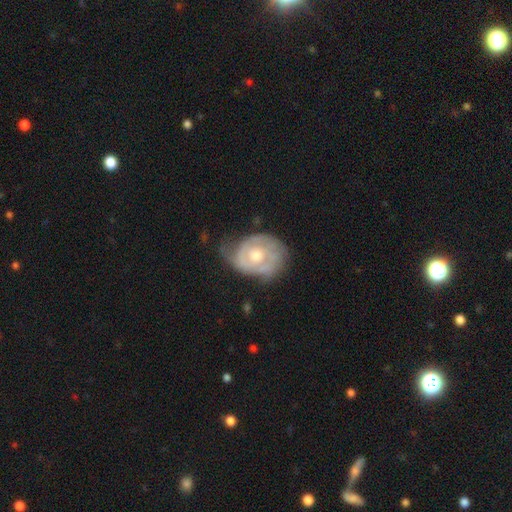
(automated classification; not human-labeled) smooth_or_featured: featured or disk (p=0.70) [alt: smooth p=0.25]
disk_edge_on: no (p=0.97) [alt: yes p=0.03]
bar: no (p=0.80) [alt: weak p=0.17]
has_spiral_arms: yes (p=0.74) [alt: no p=0.26]
spiral_winding: tight (p=0.63) [alt: medium p=0.27]
spiral_arm_count: can't tell (p=0.42) [alt: 2 p=0.32]
bulge_size: moderate (p=0.71) [alt: small p=0.20]
merging: none (p=0.50) [alt: minor disturbance p=0.34]